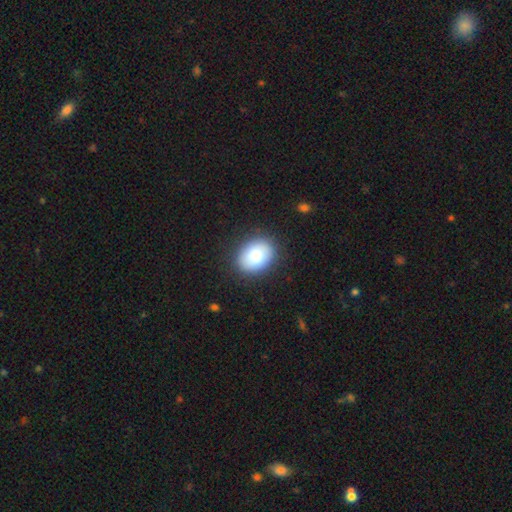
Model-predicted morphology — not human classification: type=smooth (81%); roundness=in between (64%); merging=none (88%).